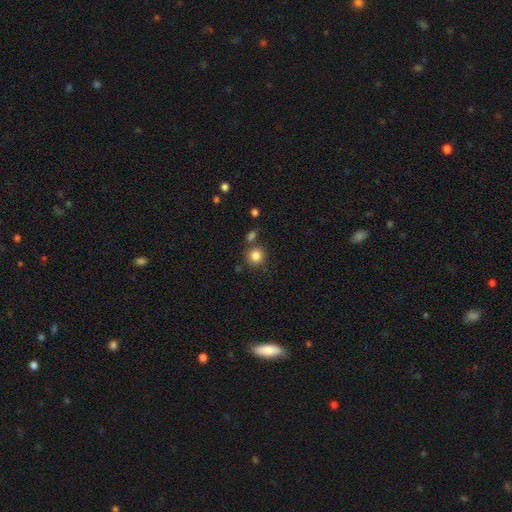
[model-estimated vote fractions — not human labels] Overall: smooth (84%). How rounded: round (89%). Merging: none (76%).